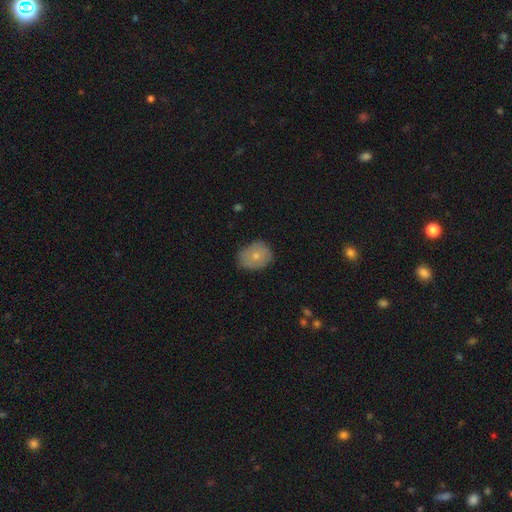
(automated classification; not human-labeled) Q: Smooth or featured?
A: smooth (69%); runner-up: featured or disk (23%)
Q: How rounded?
A: round (60%); runner-up: in between (39%)
Q: Merging?
A: none (76%); runner-up: minor disturbance (19%)